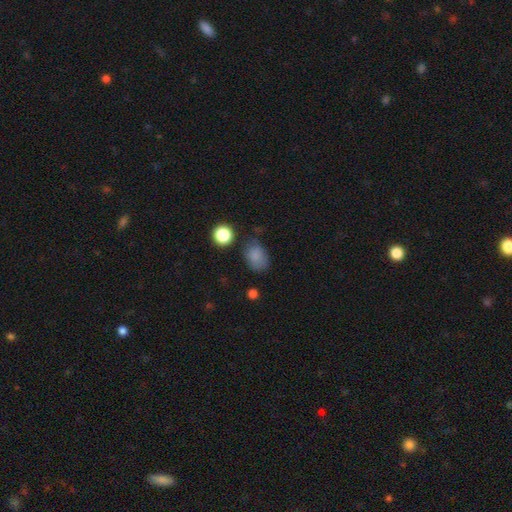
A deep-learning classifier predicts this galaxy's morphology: The model was most divided on "merging": none: 60%, minor disturbance: 27%, major disturbance: 8%, merger: 4%. More confident: smooth or featured — smooth (81%); how rounded — in between (71%).